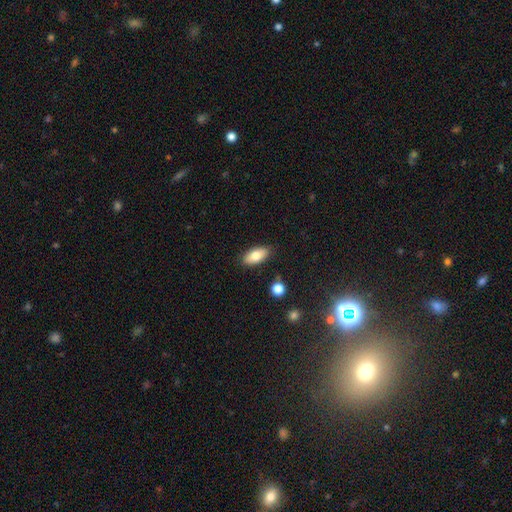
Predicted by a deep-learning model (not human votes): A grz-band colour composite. It shows a smooth galaxy with no disk features (80%) that is in between round and cigar-shaped (89%). Merging: none (85%).